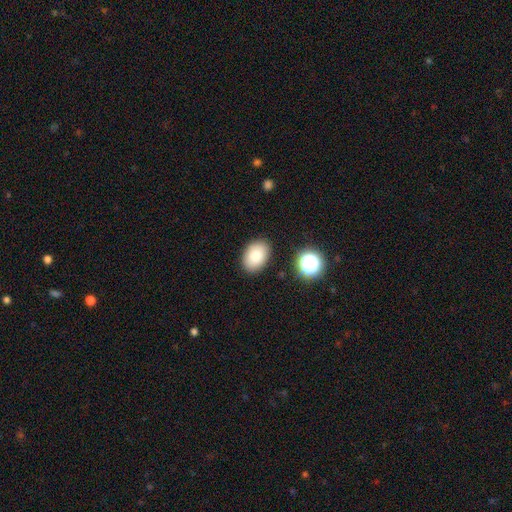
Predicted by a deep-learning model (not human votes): This is clearly a smooth galaxy (83%). How rounded: clearly in between (84%). Merging: clearly none (86%).